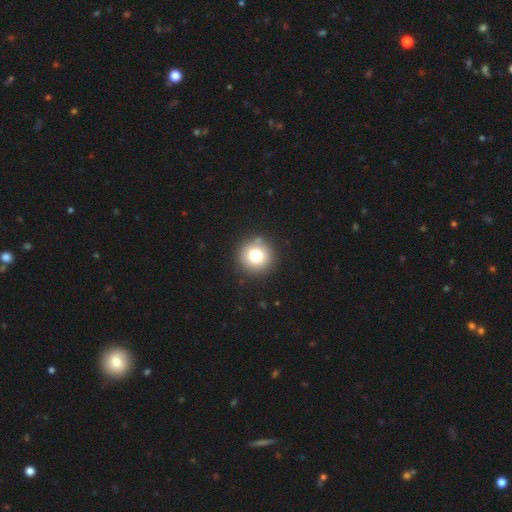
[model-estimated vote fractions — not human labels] Morphology: type=smooth (77%); roundness=round (95%); merging=none (88%).